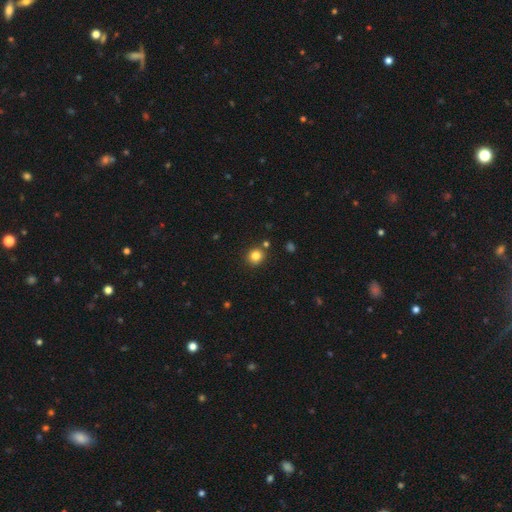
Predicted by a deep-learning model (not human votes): Q: Smooth or featured?
A: smooth (83%); runner-up: star or artifact (12%)
Q: How rounded?
A: round (85%); runner-up: in between (14%)
Q: Merging?
A: none (85%); runner-up: minor disturbance (8%)